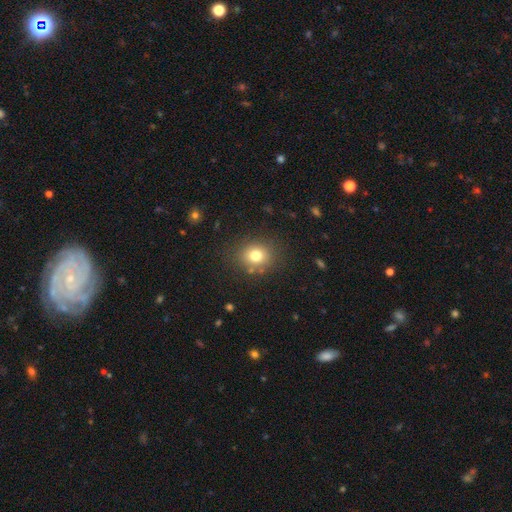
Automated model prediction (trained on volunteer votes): A smooth galaxy with no disk features (77%) that is round (71%).

Vote fractions:
- Smooth or featured? smooth: 77% / star or artifact: 13% / featured or disk: 10%
- How rounded? round: 71% / in between: 28% / cigar-shaped: 1%
- Merging? none: 82% / minor disturbance: 10% / major disturbance: 4% / merger: 3%